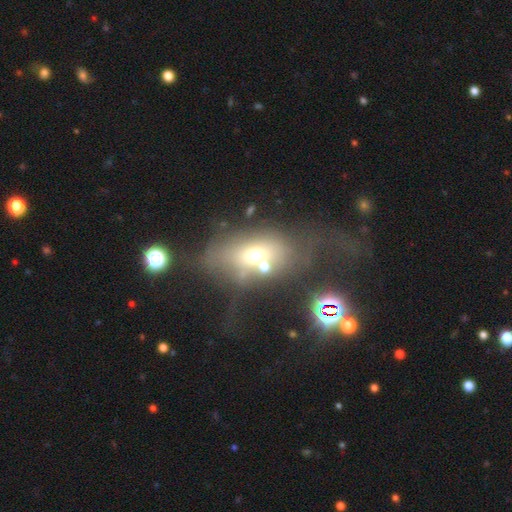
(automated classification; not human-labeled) The model was most divided on "merging": major disturbance: 39%, none: 23%, merger: 22%, minor disturbance: 16%. More confident: how rounded — in between (78%); smooth or featured — smooth (51%).